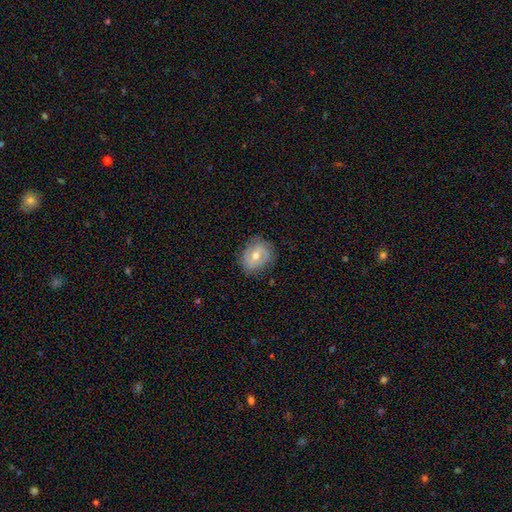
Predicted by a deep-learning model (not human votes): Overall: featured or disk (62%; smooth 29%). Edge-on disk: no (96%). Bar: no (46%; weak 41%). Spiral arms: yes (78%). Bulge size: moderate (70%). Merging: none (77%).